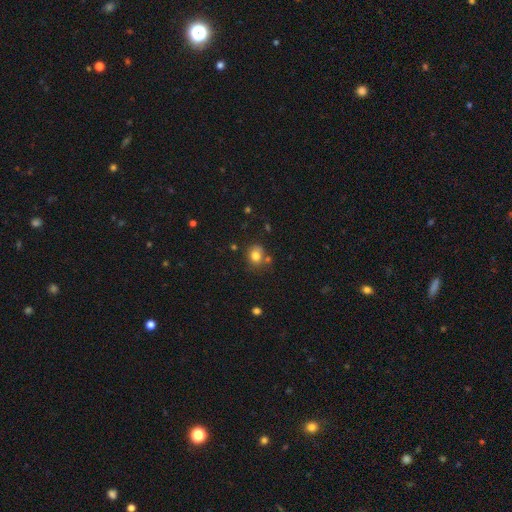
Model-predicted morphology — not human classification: Q: Smooth or featured?
A: smooth (79%); runner-up: star or artifact (12%)
Q: How rounded?
A: round (69%); runner-up: in between (30%)
Q: Merging?
A: none (68%); runner-up: minor disturbance (16%)